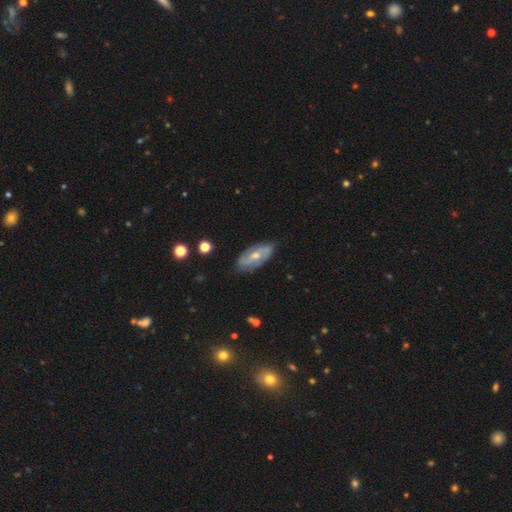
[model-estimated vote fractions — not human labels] Smooth or featured? featured or disk (66%)
Edge-on disk? no (88%)
Bar? no (45%)
Spiral arms? yes (79%)
Bulge size? moderate (58%)
Merging? none (79%)